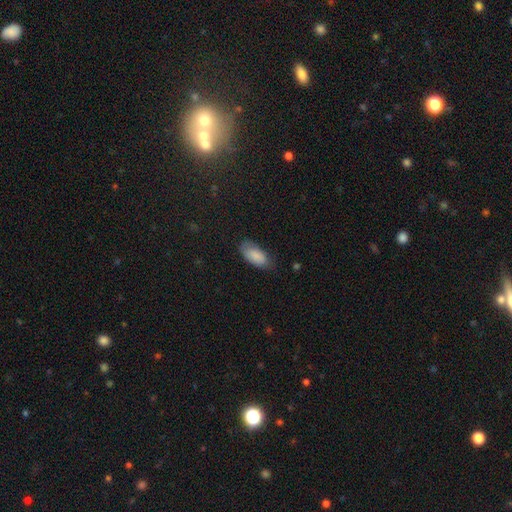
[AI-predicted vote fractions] The model was most divided on "merging": none: 70%, minor disturbance: 23%, major disturbance: 5%, merger: 1%. More confident: how rounded — in between (92%); smooth or featured — smooth (86%).